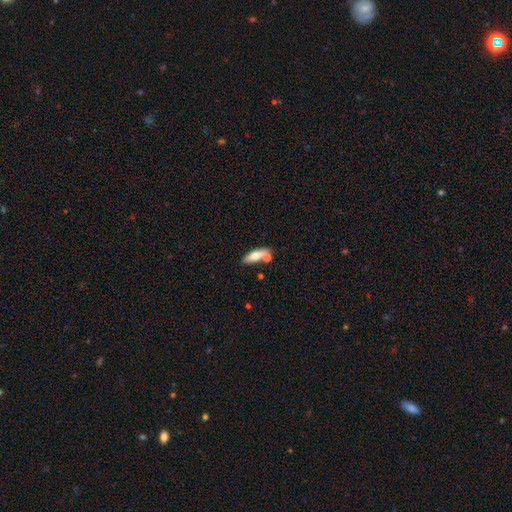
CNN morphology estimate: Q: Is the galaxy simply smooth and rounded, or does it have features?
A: smooth — 63%.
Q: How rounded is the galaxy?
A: in between — 54%.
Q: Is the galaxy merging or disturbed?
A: none — 64%.